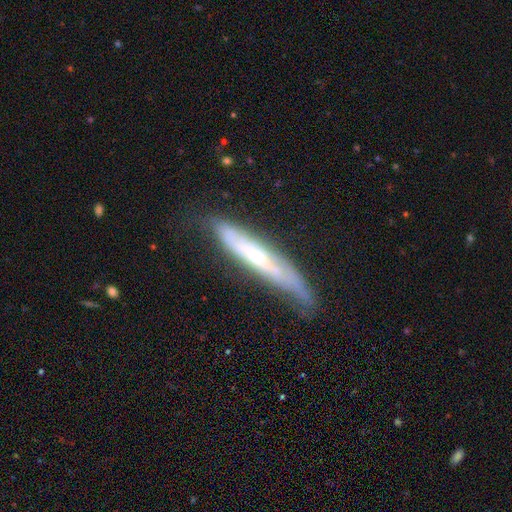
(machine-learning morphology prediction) Smooth or featured? Predicted: featured or disk (p=0.65). Edge-on disk? Predicted: yes (p=0.67). Merging? Predicted: none (p=0.59).